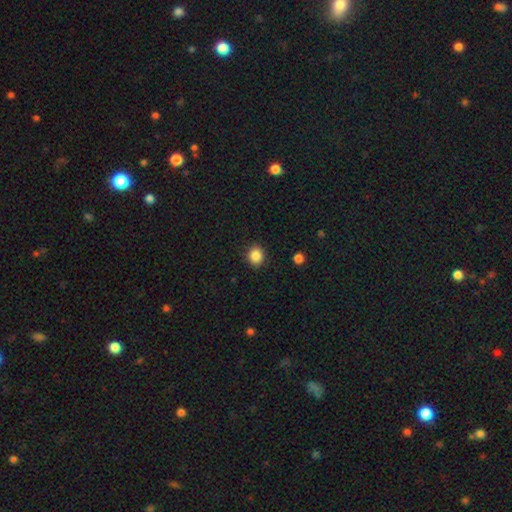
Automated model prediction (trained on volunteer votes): This appears to be a smooth galaxy with no disk features (86%) that is round (77%). Merging: none (89%).